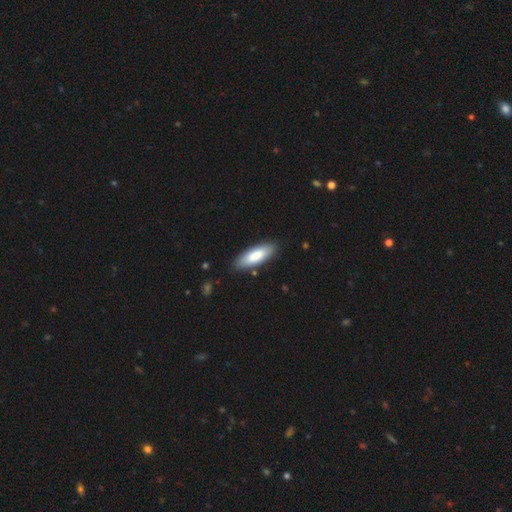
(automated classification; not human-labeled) smooth-or-featured: smooth: 82% | featured or disk: 13% | star or artifact: 5%
  how-rounded: in between: 64% | cigar-shaped: 34% | round: 2%
  merging: none: 86% | minor disturbance: 10% | major disturbance: 2% | merger: 2%